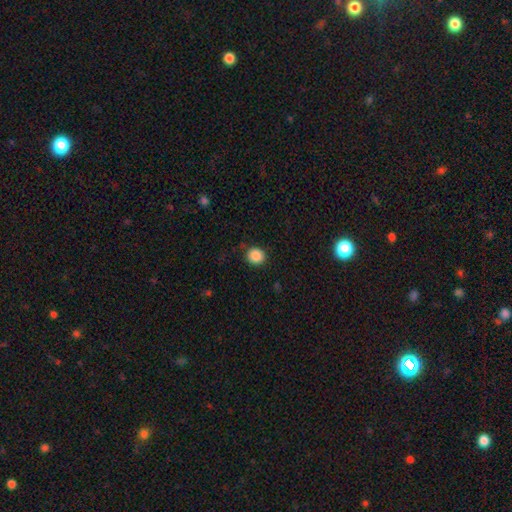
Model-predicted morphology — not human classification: Overall: smooth (88%). How rounded: round (88%). Merging: none (88%).